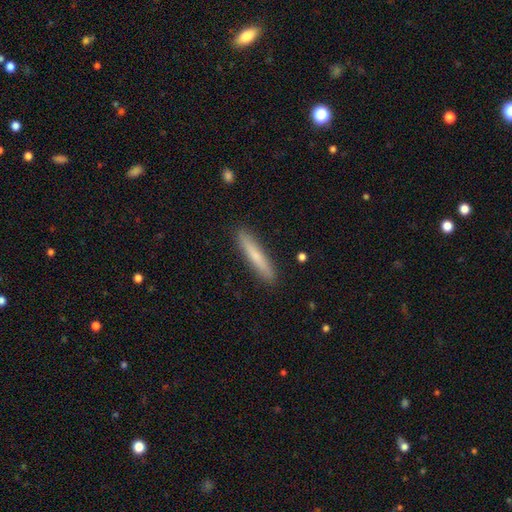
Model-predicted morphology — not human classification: A smooth galaxy with no disk features (71%) that is cigar-shaped (93%). Merging: none (90%).